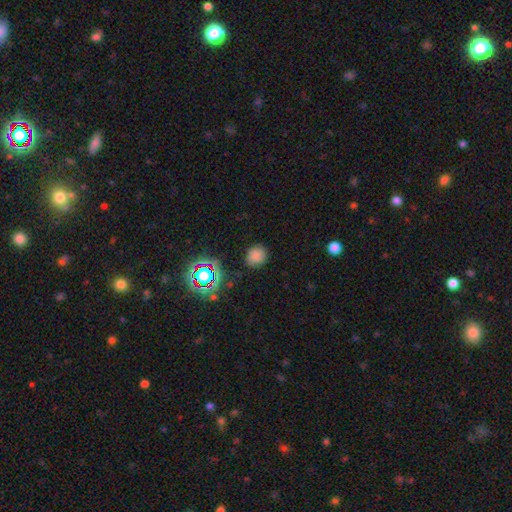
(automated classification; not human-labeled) The model was most divided on "smooth or featured": smooth: 74%, star or artifact: 19%, featured or disk: 6%. More confident: how rounded — round (81%); merging — none (81%).